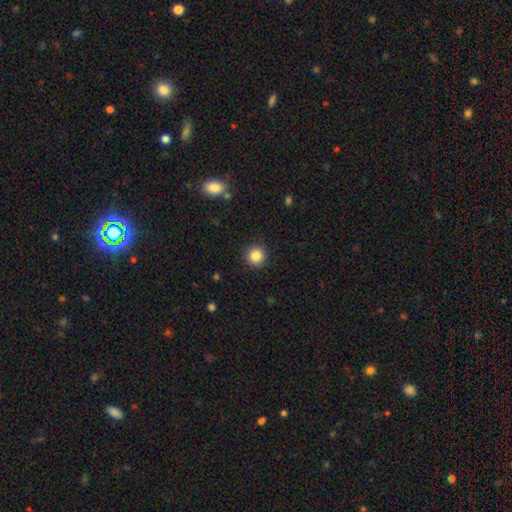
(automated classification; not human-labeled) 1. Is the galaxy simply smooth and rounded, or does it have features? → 85% smooth, 11% star or artifact, 5% featured or disk.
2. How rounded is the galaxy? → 94% round, 5% in between, 1% cigar-shaped.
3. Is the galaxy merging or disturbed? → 91% none, 6% minor disturbance, 2% major disturbance, 1% merger.